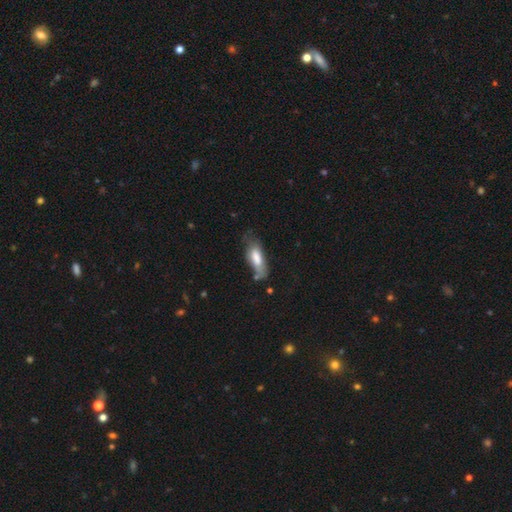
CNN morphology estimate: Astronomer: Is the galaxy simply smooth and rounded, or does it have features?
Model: smooth — 70%.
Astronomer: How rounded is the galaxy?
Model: in between — 65%.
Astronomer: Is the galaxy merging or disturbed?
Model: none — 47% (runner-up: minor disturbance, 31%).